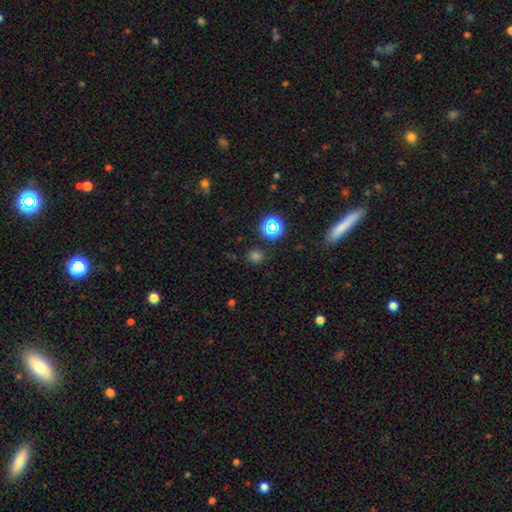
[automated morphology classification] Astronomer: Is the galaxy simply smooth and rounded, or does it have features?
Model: smooth — 67%.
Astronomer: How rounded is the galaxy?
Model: round — 87%.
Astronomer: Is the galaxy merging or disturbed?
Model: none — 86%.